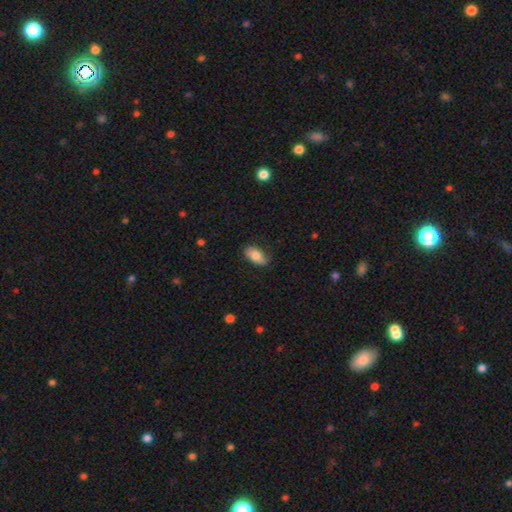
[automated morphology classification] Smooth or featured? smooth (77%)
How rounded? in between (91%)
Merging? none (74%)